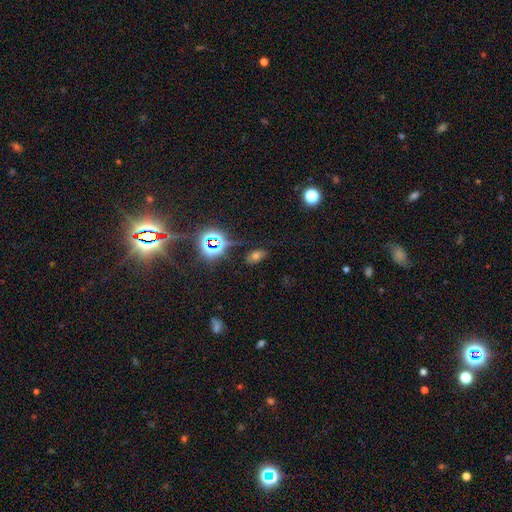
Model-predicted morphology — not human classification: type=smooth (52%); roundness=in between (87%); merging=none (79%).